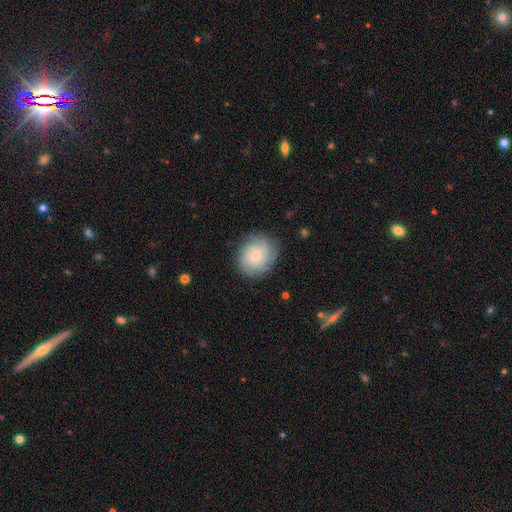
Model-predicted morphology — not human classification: type=featured or disk (50%); merging=none (79%).